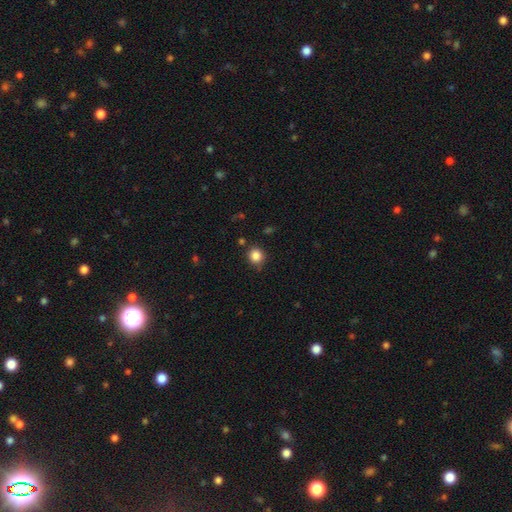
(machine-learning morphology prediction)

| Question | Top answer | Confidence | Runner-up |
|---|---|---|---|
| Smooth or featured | smooth | 85% | star or artifact (11%) |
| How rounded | round | 88% | in between (11%) |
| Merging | none | 84% | minor disturbance (11%) |